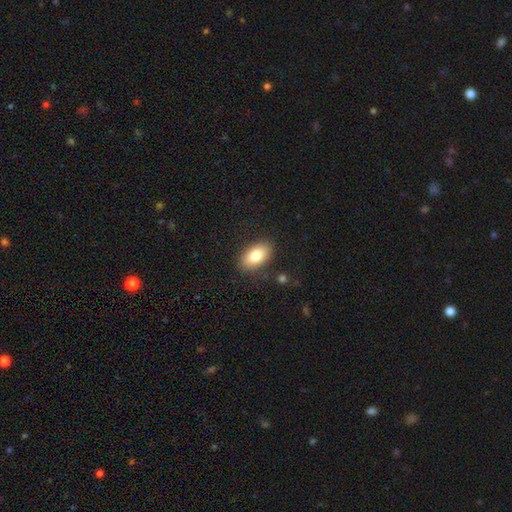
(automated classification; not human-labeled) This appears to be a smooth galaxy with no disk features (81%) that is in between round and cigar-shaped (92%). Merging: none (85%).